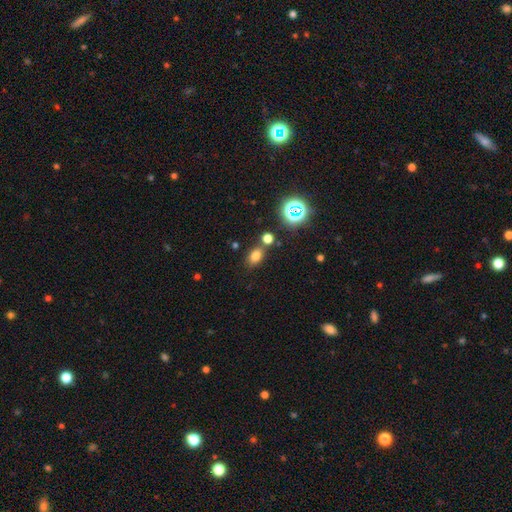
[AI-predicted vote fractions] Smooth or featured? Predicted: smooth (p=0.72). How rounded? Predicted: in between (p=0.74). Merging? Predicted: none (p=0.68).